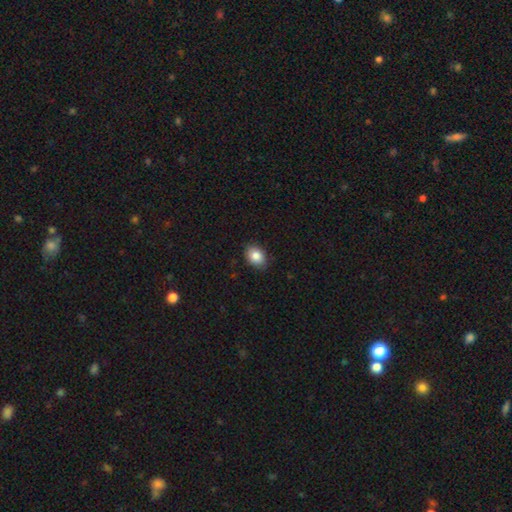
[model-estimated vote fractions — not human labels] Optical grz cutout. It shows a smooth galaxy with no disk features (85%) that is in between round and cigar-shaped (66%). Merging: none (87%).